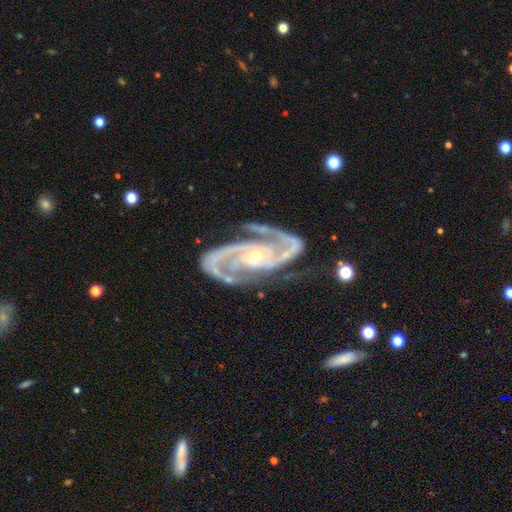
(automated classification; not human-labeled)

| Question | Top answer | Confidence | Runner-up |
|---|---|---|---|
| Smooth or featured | featured or disk | 93% | star or artifact (4%) |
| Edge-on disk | no | 97% | yes (3%) |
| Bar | no | 53% | weak (25%) |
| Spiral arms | yes | 99% | no (1%) |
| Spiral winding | medium | 49% | tight (43%) |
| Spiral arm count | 2 | 86% | 3 (6%) |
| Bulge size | small | 66% | moderate (31%) |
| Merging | none | 76% | minor disturbance (16%) |